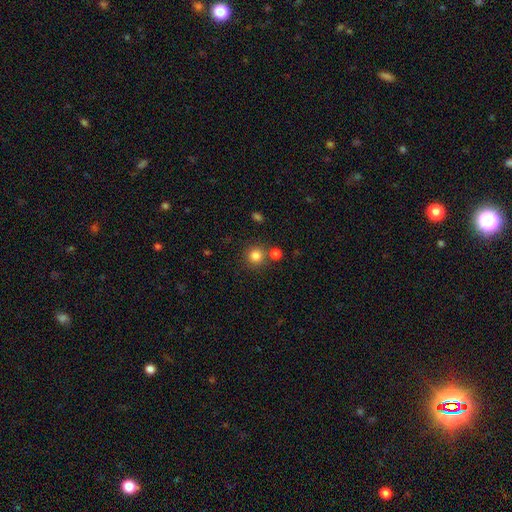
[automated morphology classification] A smooth galaxy with no disk features (82%) that is round (92%).

Vote fractions:
- Smooth or featured? smooth: 82% / star or artifact: 12% / featured or disk: 6%
- How rounded? round: 92% / in between: 7% / cigar-shaped: 1%
- Merging? none: 74% / merger: 15% / minor disturbance: 8% / major disturbance: 3%